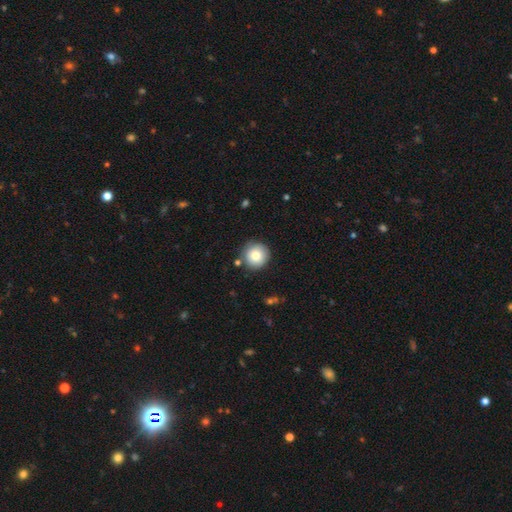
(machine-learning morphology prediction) The model was most divided on "smooth or featured": smooth: 81%, featured or disk: 10%, star or artifact: 8%. More confident: how rounded — round (95%); merging — none (84%).